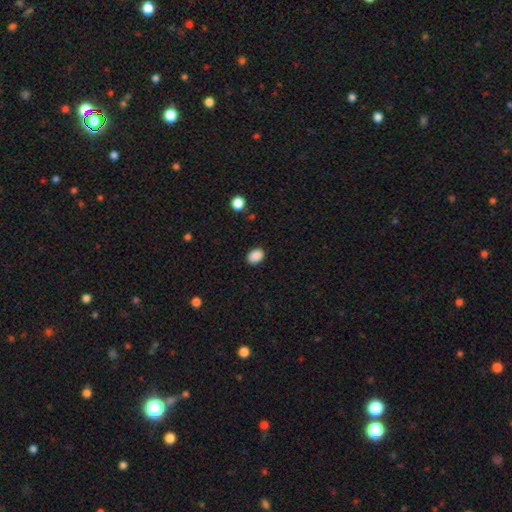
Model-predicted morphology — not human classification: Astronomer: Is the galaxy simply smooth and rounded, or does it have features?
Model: smooth — 88%.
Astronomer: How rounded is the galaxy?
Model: in between — 68%.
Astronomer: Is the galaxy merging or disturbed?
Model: none — 87%.